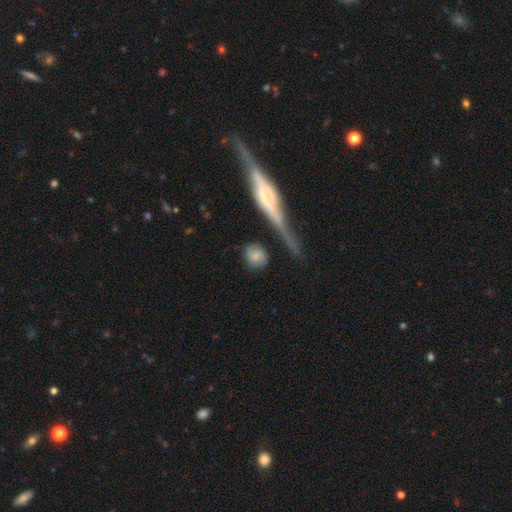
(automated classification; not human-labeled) This appears to be a smooth galaxy with no disk features (61%) that is round (78%). Merging: none (71%).